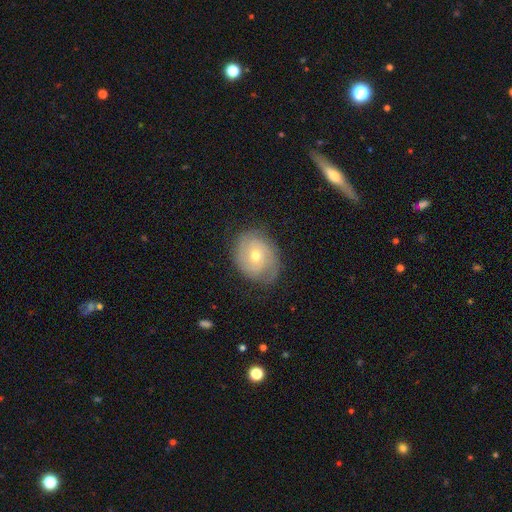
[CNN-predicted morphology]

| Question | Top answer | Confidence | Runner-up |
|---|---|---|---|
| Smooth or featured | featured or disk | 68% | smooth (25%) |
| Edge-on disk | no | 96% | yes (4%) |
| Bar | no | 74% | weak (22%) |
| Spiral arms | yes | 86% | no (14%) |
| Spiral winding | tight | 63% | medium (28%) |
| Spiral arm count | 2 | 43% | can't tell (32%) |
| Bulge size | moderate | 56% | small (41%) |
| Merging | none | 73% | minor disturbance (19%) |